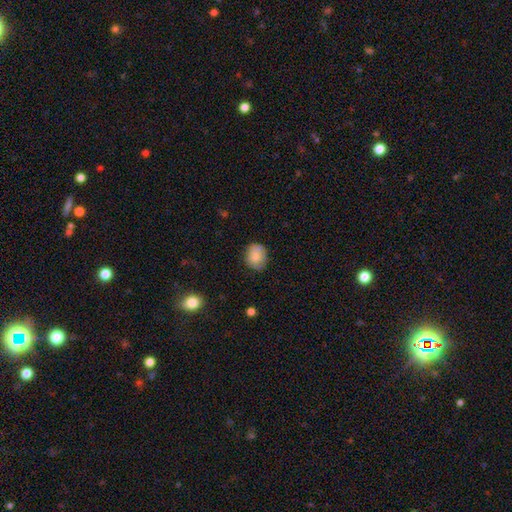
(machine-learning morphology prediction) A smooth galaxy with no disk features (83%) that is round (57%).

Vote fractions:
- Smooth or featured? smooth: 83% / featured or disk: 10% / star or artifact: 8%
- How rounded? round: 57% / in between: 42% / cigar-shaped: 1%
- Merging? none: 75% / minor disturbance: 20% / major disturbance: 4% / merger: 1%